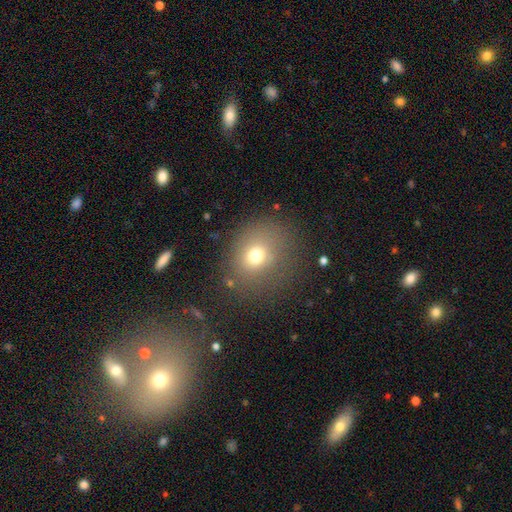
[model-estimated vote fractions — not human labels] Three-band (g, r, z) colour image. It shows a smooth galaxy with no disk features (70%) that is round (63%). Merging: none (76%).